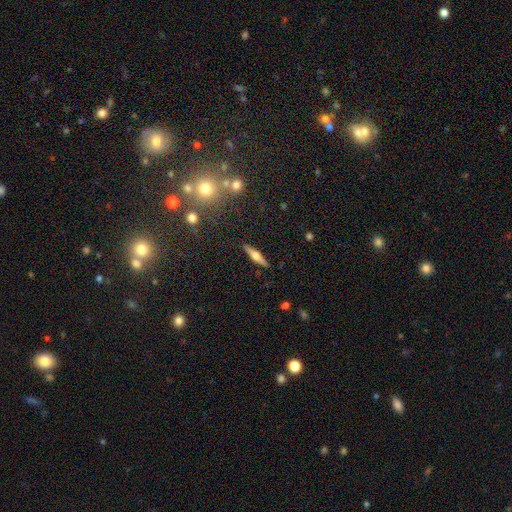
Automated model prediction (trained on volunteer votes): Smooth or featured? Predicted: featured or disk (p=0.62). Edge-on disk? Predicted: yes (p=0.96). Edge-on bulge? Predicted: rounded (p=0.92). Merging? Predicted: none (p=0.90).